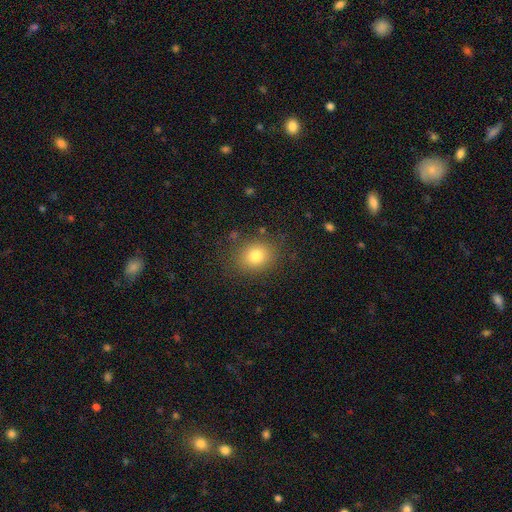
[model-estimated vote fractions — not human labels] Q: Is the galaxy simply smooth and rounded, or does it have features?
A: smooth — 80%.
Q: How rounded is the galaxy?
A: round — 62%.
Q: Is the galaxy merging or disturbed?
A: none — 83%.